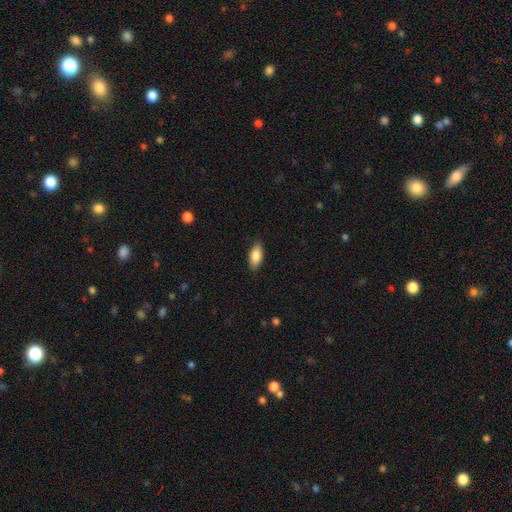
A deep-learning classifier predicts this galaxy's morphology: Smooth or featured?
  - smooth: 85% *
  - featured or disk: 9%
  - star or artifact: 6%
How rounded?
  - in between: 87% *
  - cigar-shaped: 10%
  - round: 3%
Merging?
  - none: 87% *
  - minor disturbance: 10%
  - major disturbance: 2%
  - merger: 1%